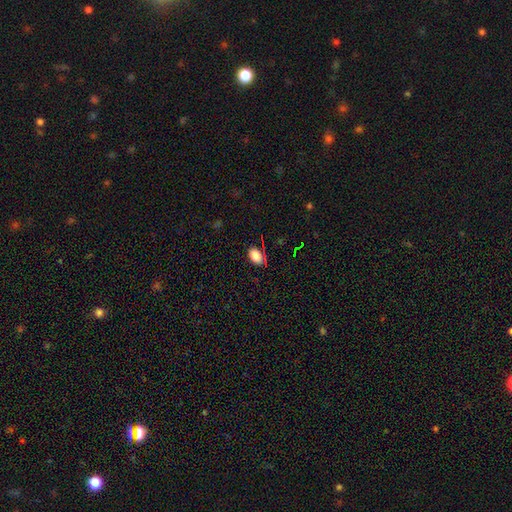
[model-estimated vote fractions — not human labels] Morphology: type=smooth (83%); roundness=in between (89%); merging=none (78%).